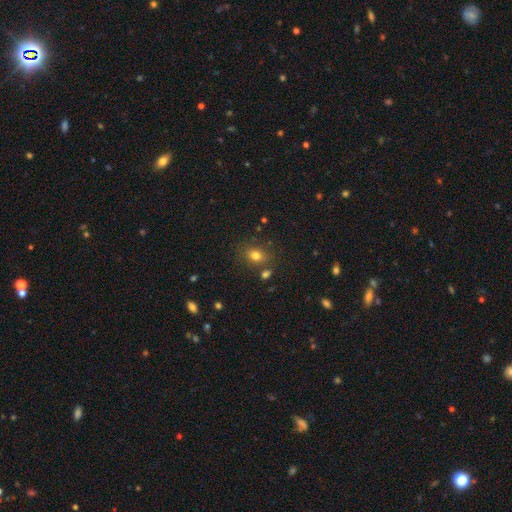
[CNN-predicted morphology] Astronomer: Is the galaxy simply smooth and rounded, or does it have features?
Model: smooth — 77%.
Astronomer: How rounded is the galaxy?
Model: in between — 59% (runner-up: round, 40%).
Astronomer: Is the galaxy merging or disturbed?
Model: none — 73%.